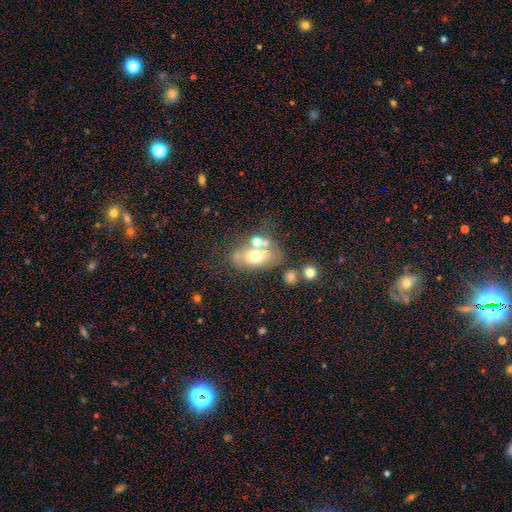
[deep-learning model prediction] This appears to be a smooth galaxy with no disk features (56%) that is in between round and cigar-shaped (80%). Merging: none (49%).